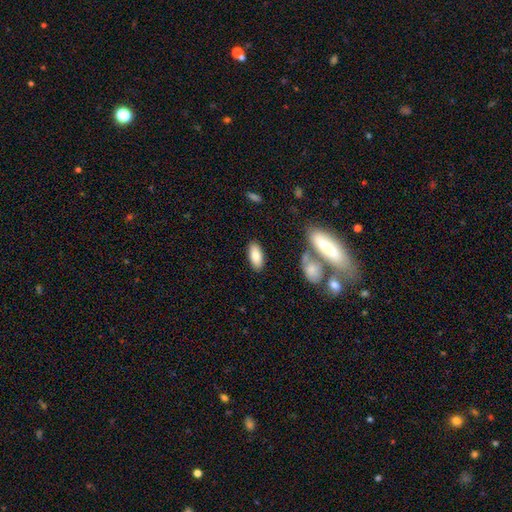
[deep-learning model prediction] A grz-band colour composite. It shows a smooth galaxy with no disk features (81%) that is in between round and cigar-shaped (87%). Merging: none (84%).